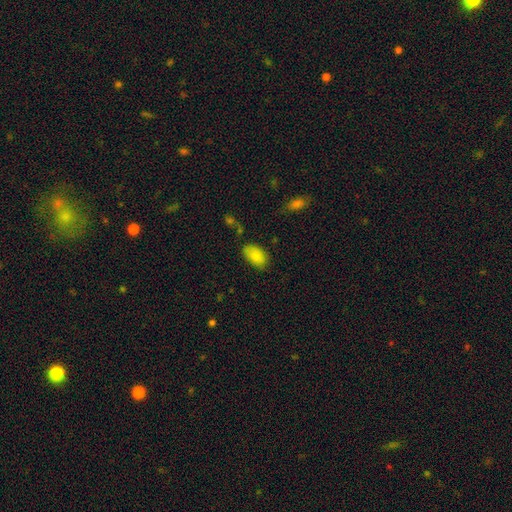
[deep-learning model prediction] Smooth or featured: smooth — 86% (star or artifact — 8%)
How rounded: in between — 93% (round — 5%)
Merging: none — 76% (minor disturbance — 17%)